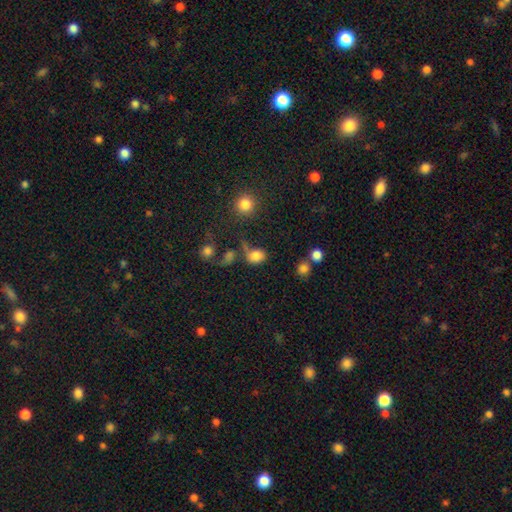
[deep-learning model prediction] Q: Smooth or featured?
A: smooth (78%); runner-up: star or artifact (12%)
Q: How rounded?
A: in between (50%); runner-up: round (48%)
Q: Merging?
A: none (43%); runner-up: merger (20%)